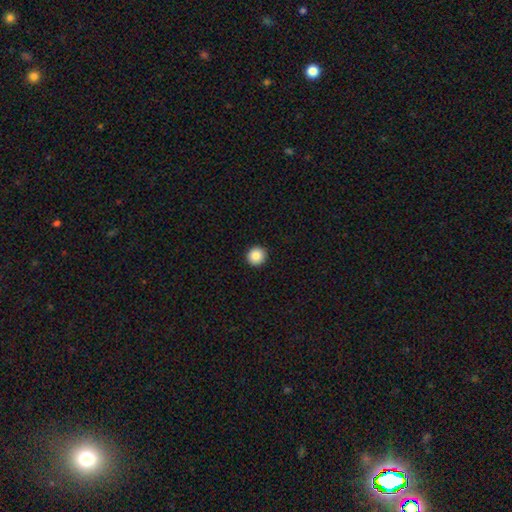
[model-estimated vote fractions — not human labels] Q: Smooth or featured?
A: smooth (87%); runner-up: star or artifact (9%)
Q: How rounded?
A: round (93%); runner-up: in between (6%)
Q: Merging?
A: none (93%); runner-up: minor disturbance (4%)